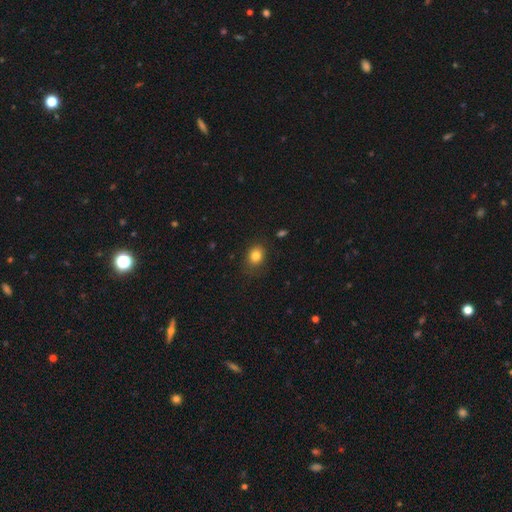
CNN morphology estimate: smooth 82%, star or artifact 11%, featured or disk 7%. Down the decision tree: how rounded — in between (50%); merging — none (80%).